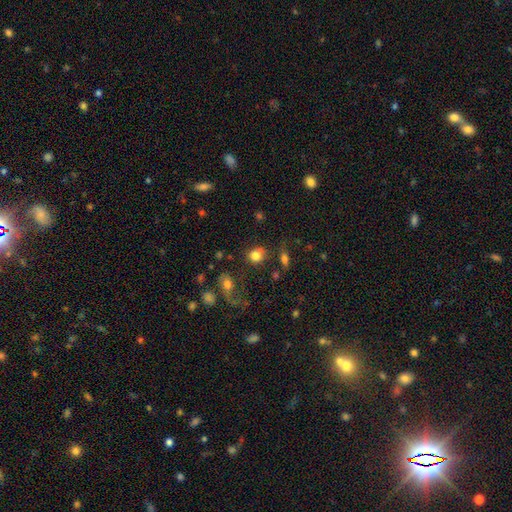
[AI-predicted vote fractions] Smooth or featured? Predicted: smooth (p=0.81). How rounded? Predicted: round (p=0.64). Merging? Predicted: none (p=0.66).